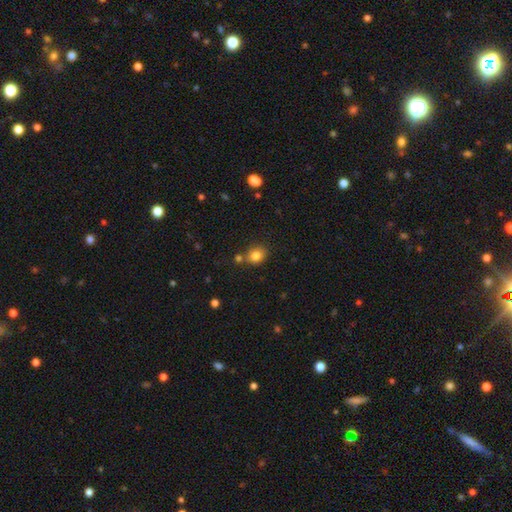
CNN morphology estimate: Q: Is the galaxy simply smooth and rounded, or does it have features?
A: smooth — 83%.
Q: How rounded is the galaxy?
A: round — 63%.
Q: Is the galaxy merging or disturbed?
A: none — 70%.